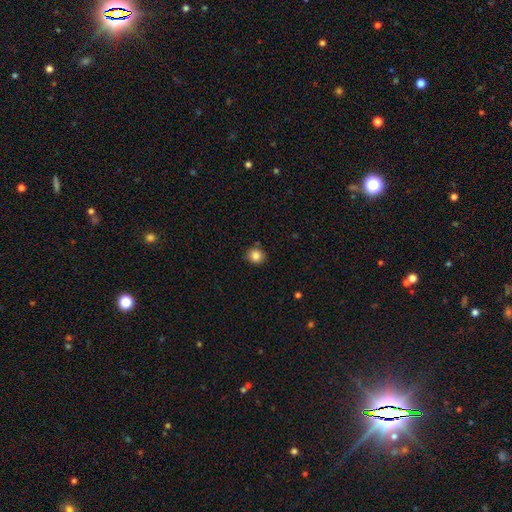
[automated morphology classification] Smooth or featured: smooth — 84% (star or artifact — 10%)
How rounded: round — 85% (in between — 14%)
Merging: none — 87% (minor disturbance — 9%)